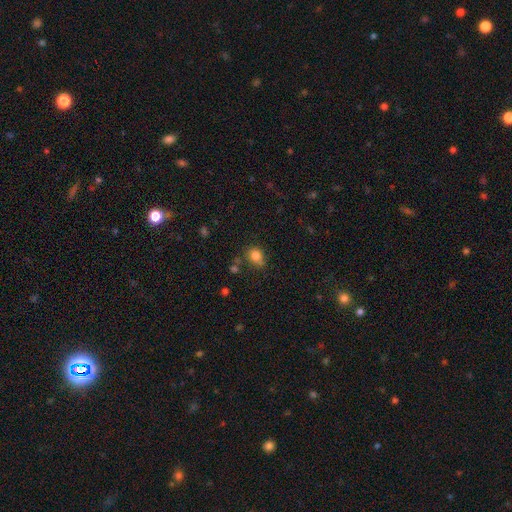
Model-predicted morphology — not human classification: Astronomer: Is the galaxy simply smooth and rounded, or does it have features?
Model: smooth — 81%.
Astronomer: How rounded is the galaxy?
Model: round — 57% (runner-up: in between, 42%).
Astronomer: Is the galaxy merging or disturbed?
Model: none — 59%.